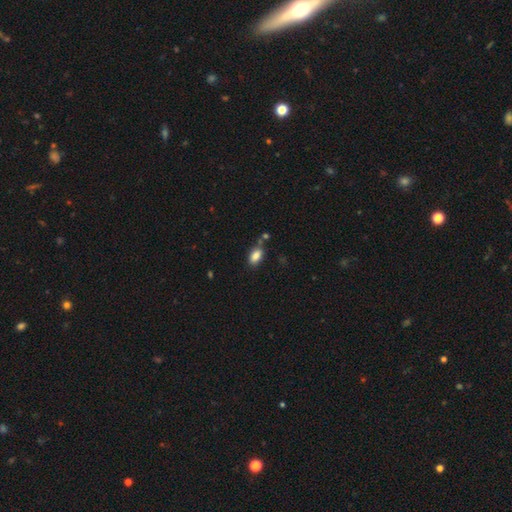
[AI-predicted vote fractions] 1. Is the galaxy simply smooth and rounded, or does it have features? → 86% smooth, 8% star or artifact, 6% featured or disk.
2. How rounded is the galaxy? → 91% in between, 6% round, 3% cigar-shaped.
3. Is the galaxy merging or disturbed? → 68% none, 17% minor disturbance, 11% merger, 4% major disturbance.